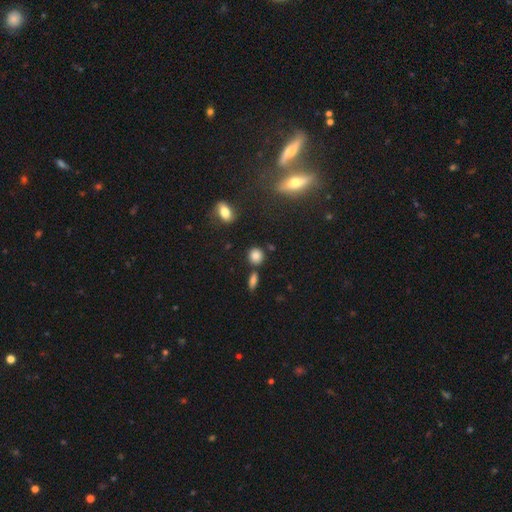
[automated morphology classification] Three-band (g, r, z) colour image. It shows a smooth galaxy with no disk features (83%) that is round (82%). Merging: none (78%).